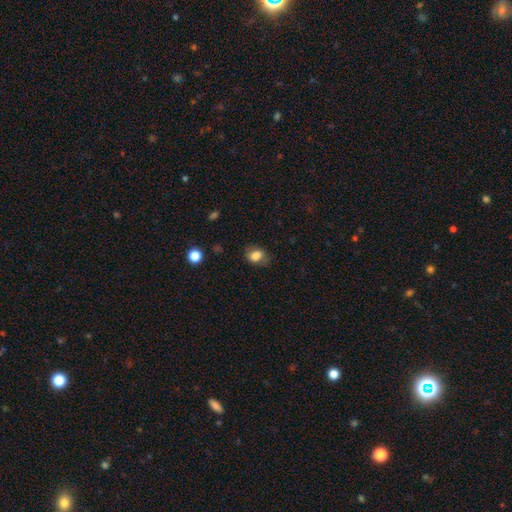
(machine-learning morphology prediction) Smooth or featured?
  - smooth: 79% *
  - featured or disk: 11%
  - star or artifact: 9%
How rounded?
  - in between: 65% *
  - round: 34%
  - cigar-shaped: 1%
Merging?
  - none: 72% *
  - minor disturbance: 20%
  - major disturbance: 7%
  - merger: 1%